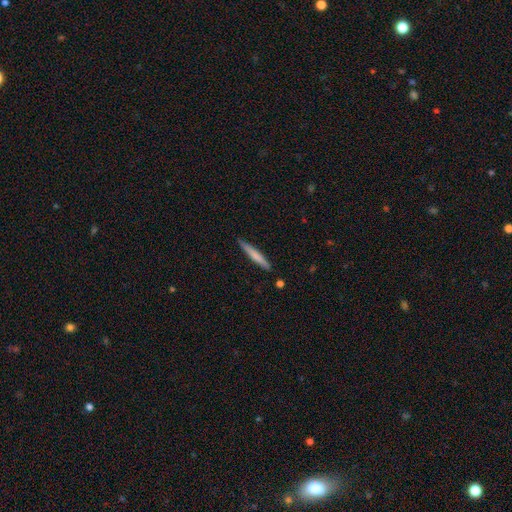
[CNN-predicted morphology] smooth 67%, featured or disk 28%, star or artifact 5%. Down the decision tree: how rounded — cigar-shaped (95%); merging — none (85%).